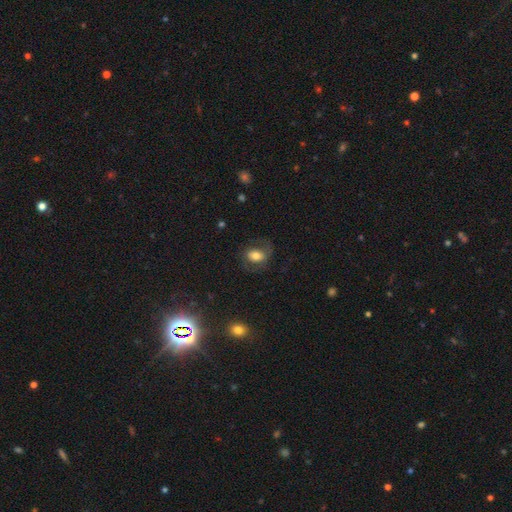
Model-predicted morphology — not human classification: Smooth or featured: smooth — 57% (featured or disk — 34%)
How rounded: in between — 72% (round — 27%)
Merging: none — 64% (minor disturbance — 18%)